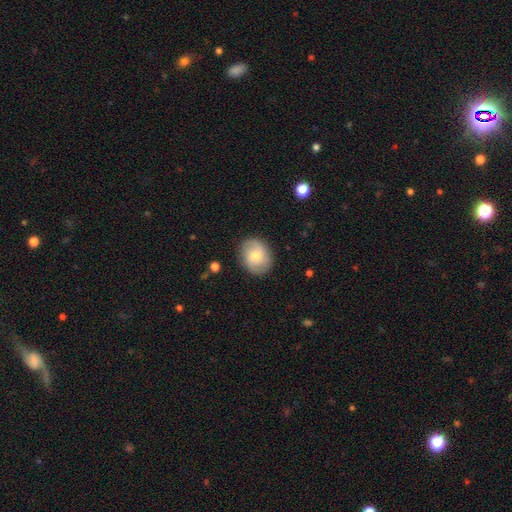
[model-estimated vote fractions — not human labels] This appears to be a smooth galaxy with no disk features (53%) that is round (63%). Merging: none (85%).